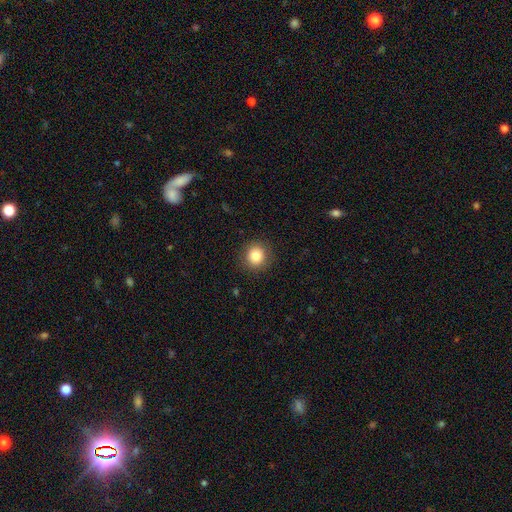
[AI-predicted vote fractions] Smooth or featured? Predicted: smooth (p=0.83). How rounded? Predicted: round (p=0.91). Merging? Predicted: none (p=0.90).